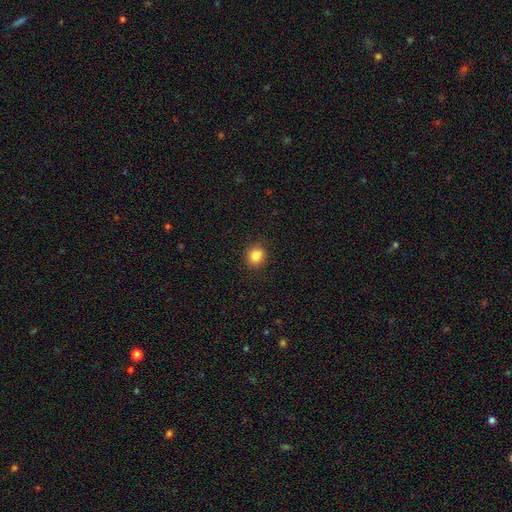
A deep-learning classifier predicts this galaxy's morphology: type=smooth (85%); roundness=round (84%); merging=none (90%).